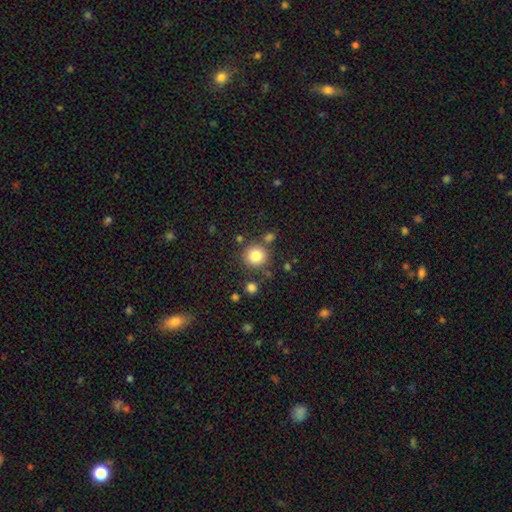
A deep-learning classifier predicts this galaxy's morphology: A smooth galaxy with no disk features (83%) that is round (93%). Merging: none (81%).